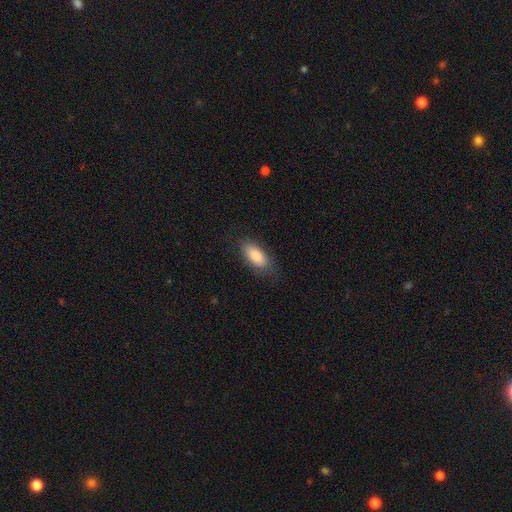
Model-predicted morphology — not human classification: A smooth galaxy with no disk features (85%) that is in between round and cigar-shaped (87%). Merging: none (79%).